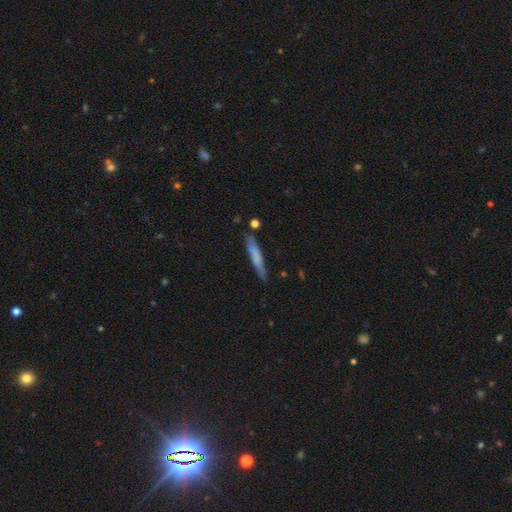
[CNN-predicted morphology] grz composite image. It shows a smooth galaxy with no disk features (63%) that is cigar-shaped (92%). Merging: none (77%).